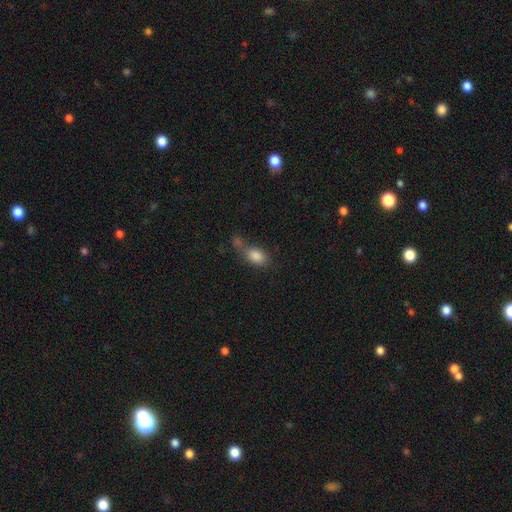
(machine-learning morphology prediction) Smooth or featured? smooth (83%)
How rounded? in between (80%)
Merging? merger (42%)